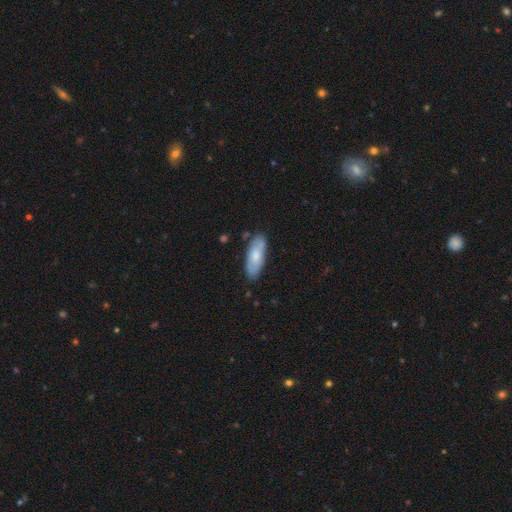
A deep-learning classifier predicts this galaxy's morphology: This appears to be a smooth galaxy with no disk features (67%) that is in between round and cigar-shaped (74%). Merging: none (80%).